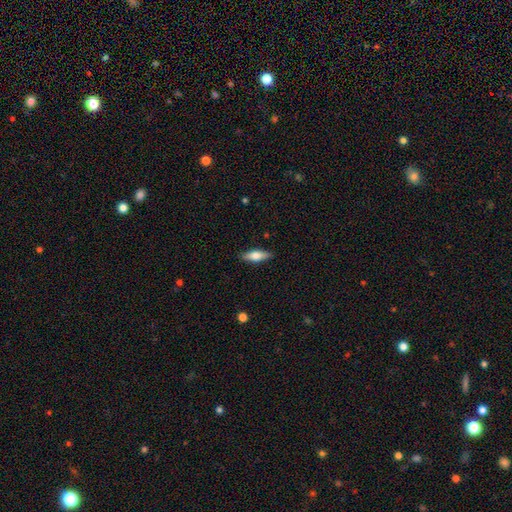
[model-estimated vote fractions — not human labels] Overall: smooth (61%; featured or disk 33%). How rounded: in between (51%; cigar-shaped 46%). Merging: none (88%).